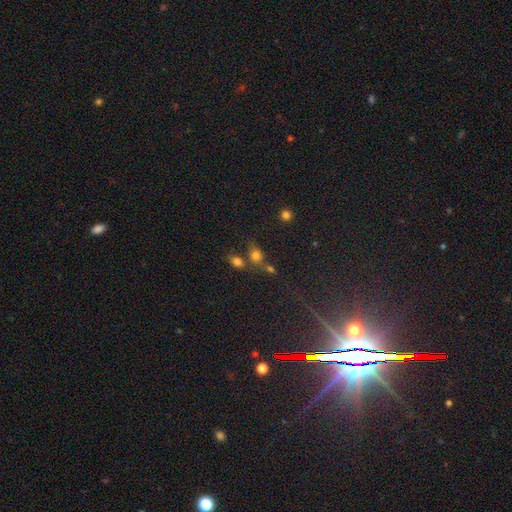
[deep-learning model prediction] Smooth or featured? Predicted: smooth (p=0.73). How rounded? Predicted: in between (p=0.52). Merging? Predicted: none (p=0.46).